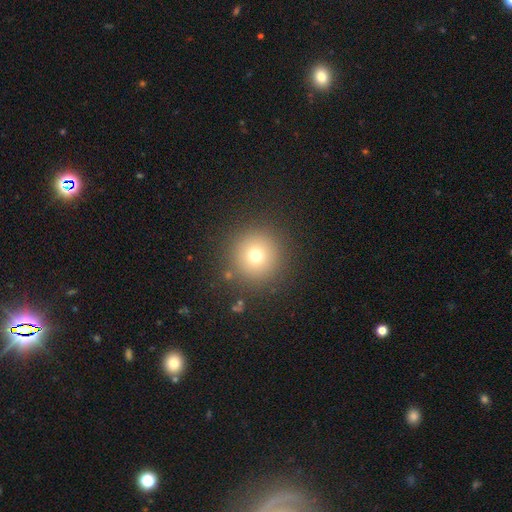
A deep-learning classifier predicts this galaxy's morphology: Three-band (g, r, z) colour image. It shows a smooth galaxy with no disk features (72%) that is round (96%). Merging: none (88%).